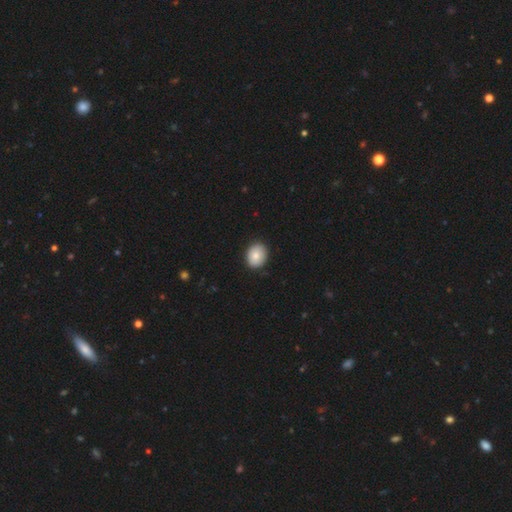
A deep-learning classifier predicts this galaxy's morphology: Q: Smooth or featured?
A: smooth (83%); runner-up: featured or disk (9%)
Q: How rounded?
A: round (55%); runner-up: in between (44%)
Q: Merging?
A: none (87%); runner-up: minor disturbance (10%)